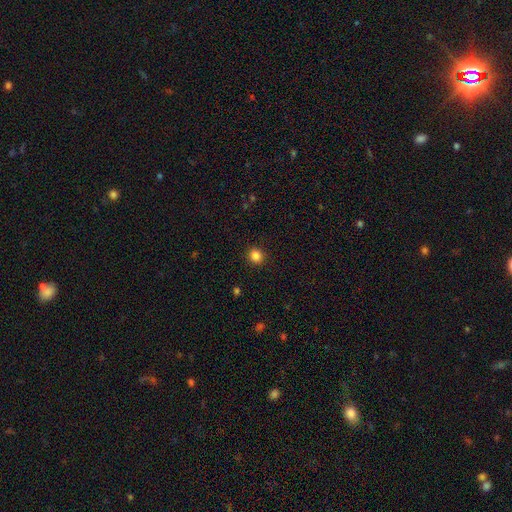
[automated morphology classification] Overall: smooth (85%). How rounded: round (86%). Merging: none (91%).